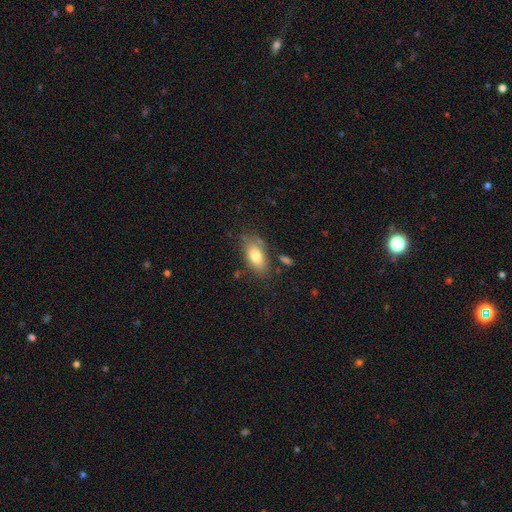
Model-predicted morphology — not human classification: Smooth or featured?
  - smooth: 74% *
  - featured or disk: 18%
  - star or artifact: 7%
How rounded?
  - in between: 90% *
  - cigar-shaped: 5%
  - round: 5%
Merging?
  - none: 72% *
  - minor disturbance: 18%
  - merger: 5%
  - major disturbance: 5%